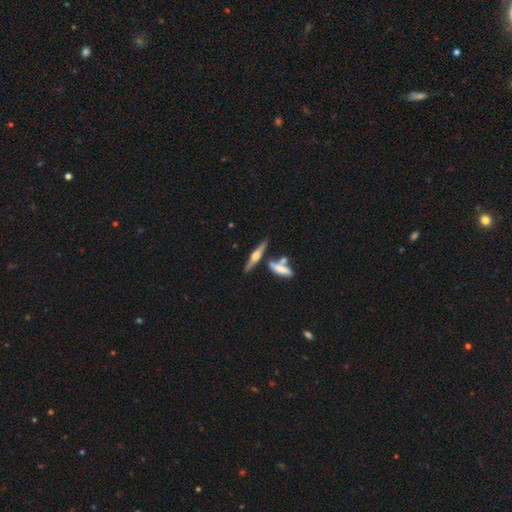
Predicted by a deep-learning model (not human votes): Smooth or featured: featured or disk — 67% (smooth — 26%)
Edge-on disk: yes — 96% (no — 4%)
Edge-on bulge: rounded — 90% (boxy — 7%)
Merging: none — 68% (merger — 17%)